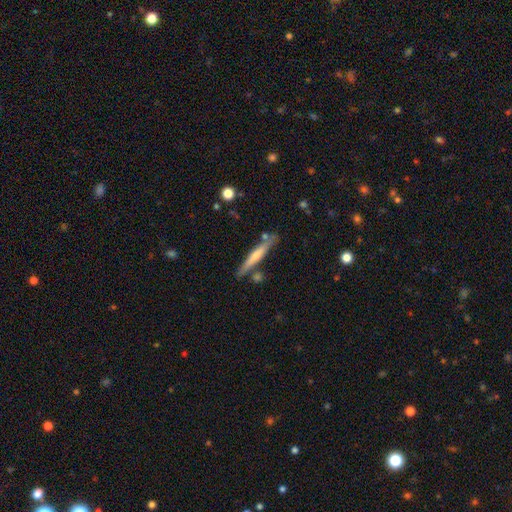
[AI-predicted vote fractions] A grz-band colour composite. It shows a smooth galaxy with no disk features (52%) that is cigar-shaped (93%). Merging: none (75%).